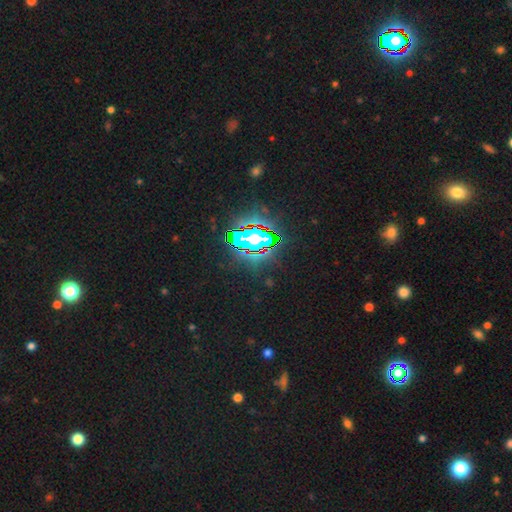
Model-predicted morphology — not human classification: smooth-or-featured: star or artifact: 81% | smooth: 11% | featured or disk: 8%